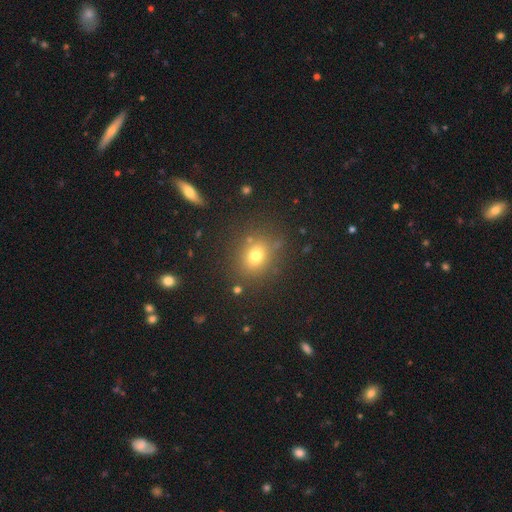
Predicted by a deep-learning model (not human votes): Smooth or featured? Predicted: smooth (p=0.73). How rounded? Predicted: round (p=0.63). Merging? Predicted: none (p=0.80).